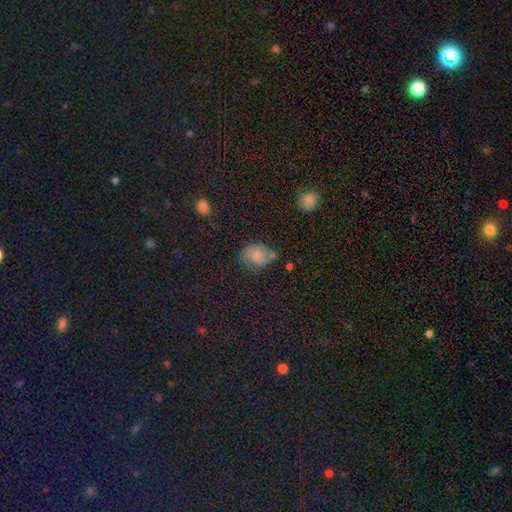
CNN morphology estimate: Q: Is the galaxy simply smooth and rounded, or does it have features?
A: smooth — 65%.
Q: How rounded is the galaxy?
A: in between — 56%.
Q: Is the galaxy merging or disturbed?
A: none — 44%.